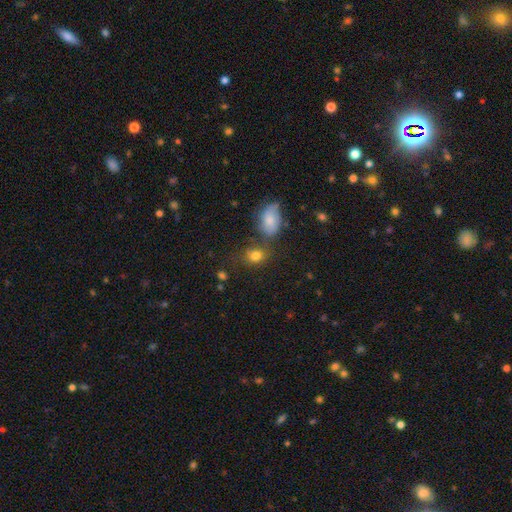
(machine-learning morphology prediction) A smooth galaxy with no disk features (80%) that is in between round and cigar-shaped (49%, tied with round).

Vote fractions:
- Smooth or featured? smooth: 80% / star or artifact: 12% / featured or disk: 8%
- How rounded? in between: 49% (tied) / round: 49% (tied) / cigar-shaped: 2%
- Merging? none: 60% / merger: 18% / minor disturbance: 16% / major disturbance: 7%